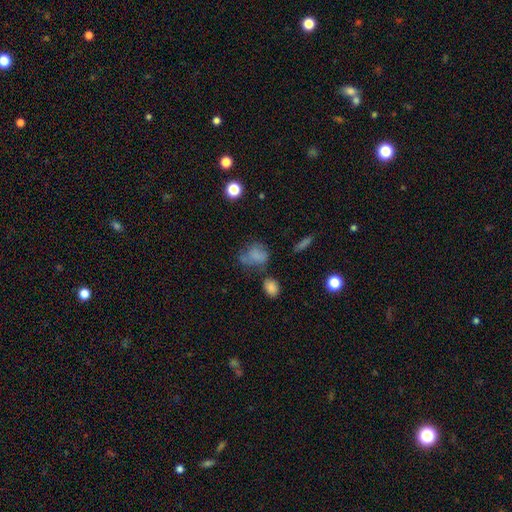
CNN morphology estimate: Smooth or featured?
  - smooth: 71% *
  - featured or disk: 15%
  - star or artifact: 14%
How rounded?
  - in between: 52% *
  - round: 46%
  - cigar-shaped: 2%
Merging?
  - none: 41% *
  - minor disturbance: 25%
  - major disturbance: 21%
  - merger: 12%